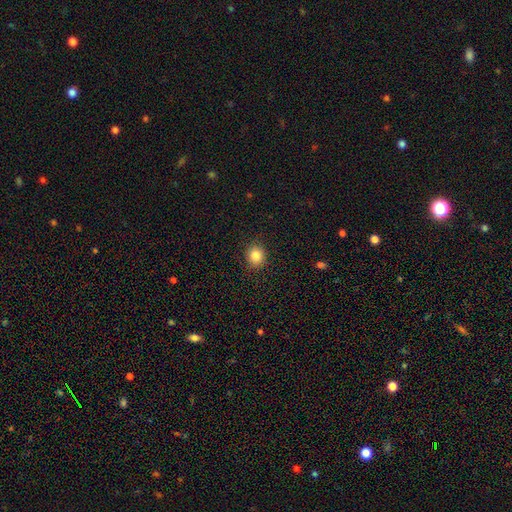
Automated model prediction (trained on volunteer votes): Overall: smooth (84%). How rounded: round (80%). Merging: none (90%).